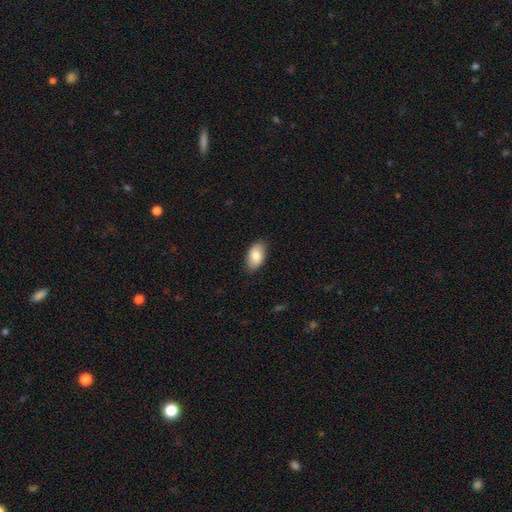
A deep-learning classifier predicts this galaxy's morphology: Smooth or featured: smooth — 83% (featured or disk — 11%)
How rounded: in between — 94% (round — 4%)
Merging: none — 84% (minor disturbance — 12%)